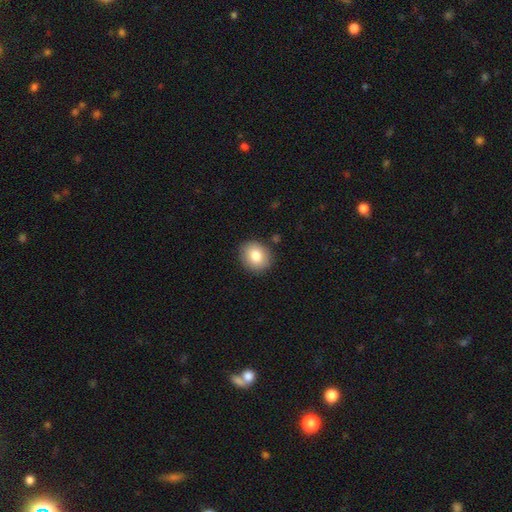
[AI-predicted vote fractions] A smooth galaxy with no disk features (82%) that is round (69%).

Vote fractions:
- Smooth or featured? smooth: 82% / featured or disk: 10% / star or artifact: 8%
- How rounded? round: 69% / in between: 30% / cigar-shaped: 1%
- Merging? none: 88% / minor disturbance: 8% / major disturbance: 2% / merger: 2%